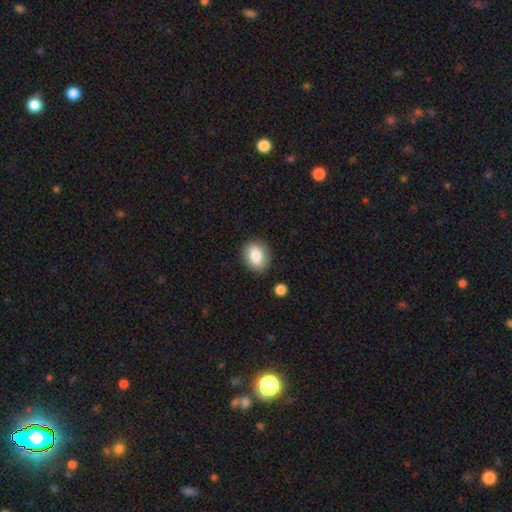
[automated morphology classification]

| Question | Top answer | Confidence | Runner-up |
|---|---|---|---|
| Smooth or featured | smooth | 83% | featured or disk (9%) |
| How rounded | in between | 54% | round (44%) |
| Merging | none | 85% | minor disturbance (10%) |